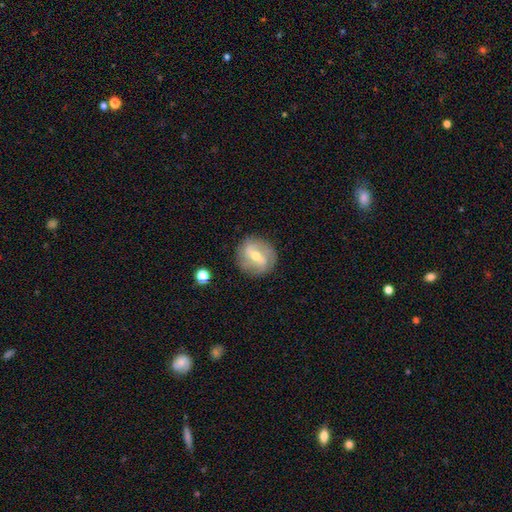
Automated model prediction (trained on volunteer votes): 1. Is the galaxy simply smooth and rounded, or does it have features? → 65% featured or disk, 28% smooth, 7% star or artifact.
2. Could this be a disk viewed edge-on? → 93% no, 7% yes.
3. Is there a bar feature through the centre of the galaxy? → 44% weak, 38% strong, 18% no.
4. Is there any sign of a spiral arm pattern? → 72% yes, 28% no.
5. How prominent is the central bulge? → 62% moderate, 33% small, 3% large, 1% none, 1% dominant.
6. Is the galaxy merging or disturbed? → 83% none, 12% minor disturbance, 4% major disturbance, 2% merger.